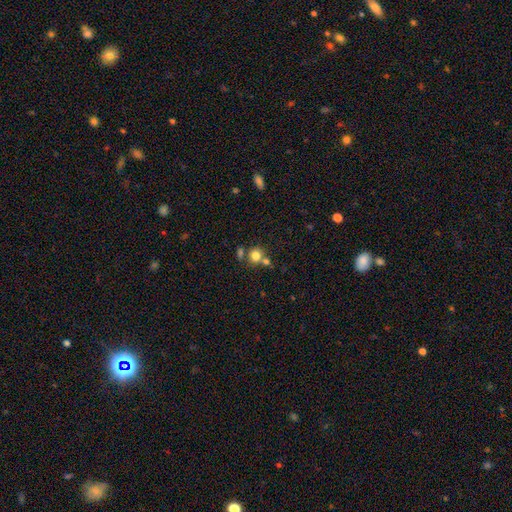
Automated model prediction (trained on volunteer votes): Q: Smooth or featured?
A: smooth (78%); runner-up: star or artifact (13%)
Q: How rounded?
A: round (85%); runner-up: in between (14%)
Q: Merging?
A: none (55%); runner-up: merger (31%)